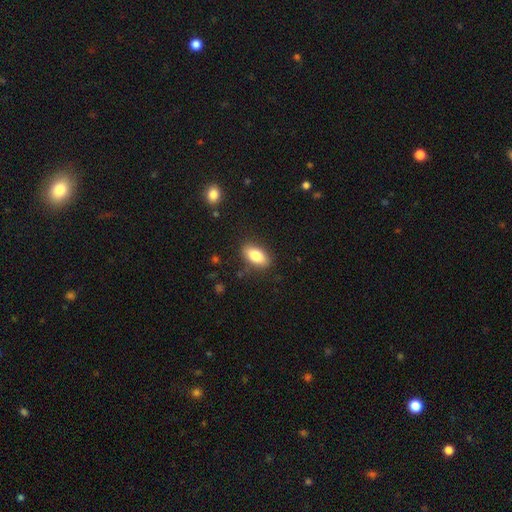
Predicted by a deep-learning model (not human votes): The model was most divided on "merging": none: 84%, minor disturbance: 11%, major disturbance: 3%, merger: 1%. More confident: how rounded — in between (90%); smooth or featured — smooth (84%).